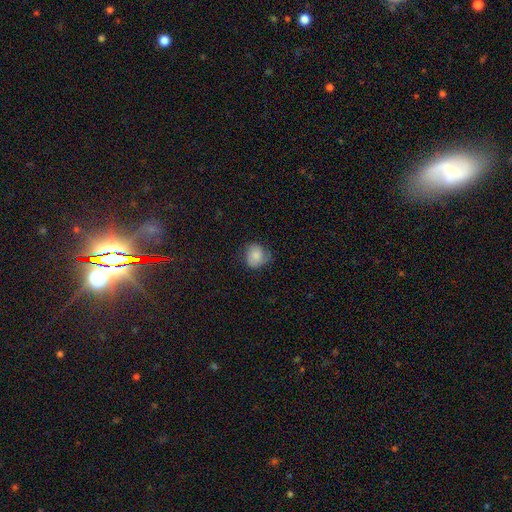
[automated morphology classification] A smooth galaxy with no disk features (70%) that is round (70%).

Vote fractions:
- Smooth or featured? smooth: 70% / featured or disk: 22% / star or artifact: 8%
- How rounded? round: 70% / in between: 29% / cigar-shaped: 1%
- Merging? none: 56% / minor disturbance: 30% / major disturbance: 13% / merger: 1%